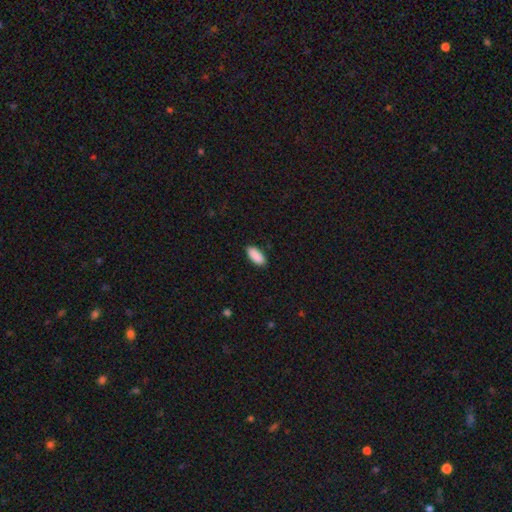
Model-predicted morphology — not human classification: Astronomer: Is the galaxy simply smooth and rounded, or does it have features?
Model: smooth — 91%.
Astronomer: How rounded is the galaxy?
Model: in between — 89%.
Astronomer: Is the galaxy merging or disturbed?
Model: none — 89%.